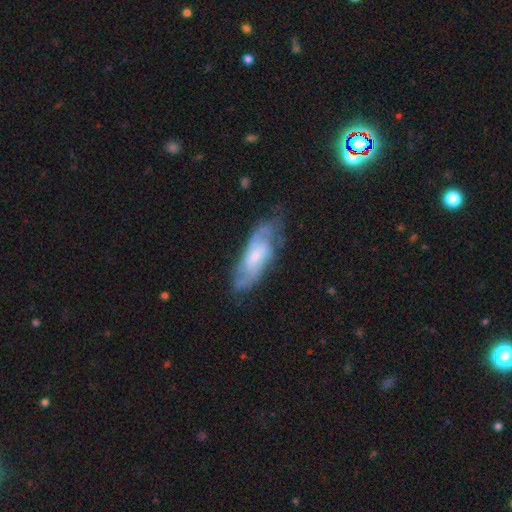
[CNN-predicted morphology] This is likely a featured or disk galaxy (73%). It is clearly not viewed edge-on (87%). Bar: possibly no (50%). Spiral arm pattern: clearly yes (91%). Spiral arm count: marginally 2 (44%). Spiral winding: marginally medium (45%). Central bulge: possibly small (56%). Merging: likely none (67%).